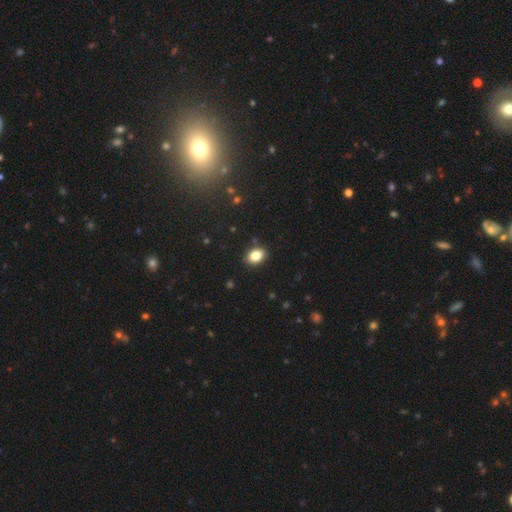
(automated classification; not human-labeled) smooth_or_featured: smooth (p=0.84) [alt: star or artifact p=0.09]
how_rounded: in between (p=0.74) [alt: round p=0.25]
merging: none (p=0.88) [alt: minor disturbance p=0.08]